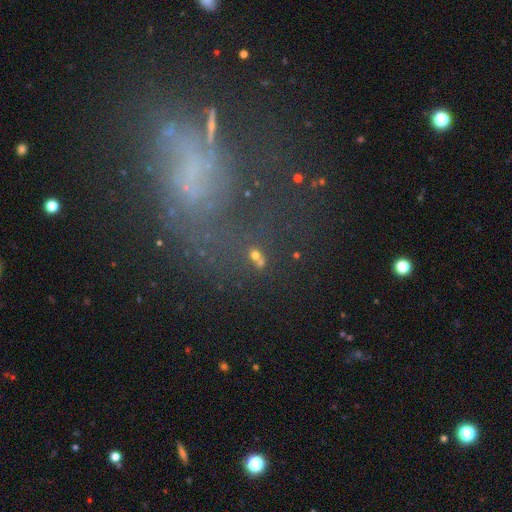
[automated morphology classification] smooth_or_featured: smooth (p=0.54) [alt: star or artifact p=0.31]
how_rounded: round (p=0.53) [alt: in between p=0.43]
merging: none (p=0.53) [alt: merger p=0.24]